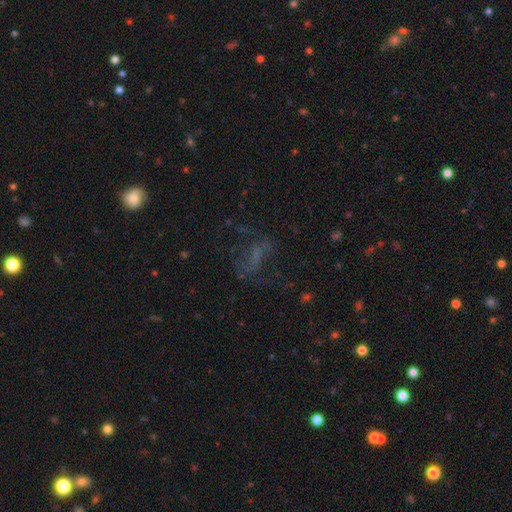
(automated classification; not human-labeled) This appears to be a featured or disk galaxy (36%). Merging: none (50%).